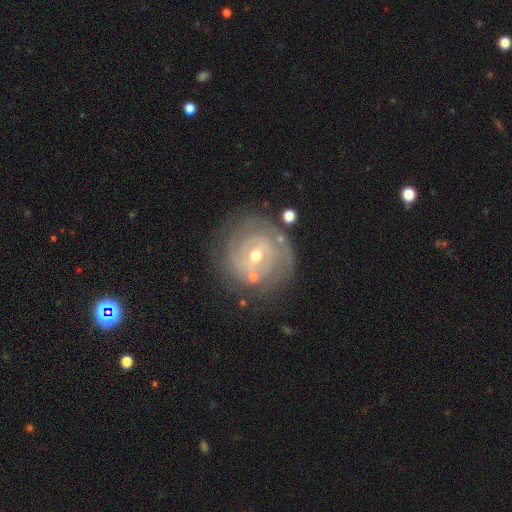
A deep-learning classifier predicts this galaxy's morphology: Smooth or featured: featured or disk — 81% (smooth — 12%)
Edge-on disk: no — 97% (yes — 3%)
Bar: weak — 49% (no — 35%)
Spiral arms: yes — 88% (no — 12%)
Spiral winding: tight — 74% (medium — 20%)
Spiral arm count: can't tell — 39% (2 — 31%)
Bulge size: moderate — 49% (small — 48%)
Merging: none — 74% (minor disturbance — 15%)